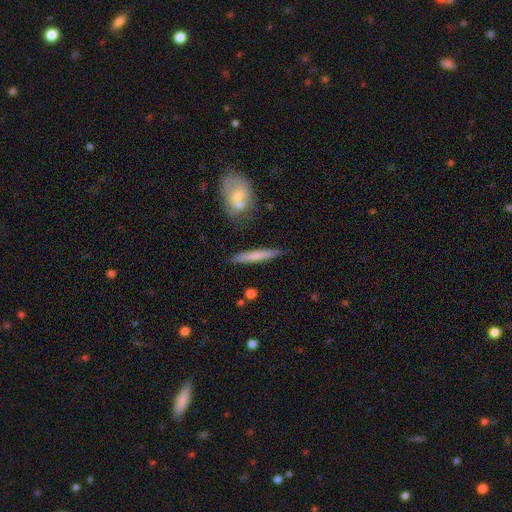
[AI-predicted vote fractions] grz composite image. It shows a smooth galaxy with no disk features (66%) that is cigar-shaped (94%). Merging: none (83%).